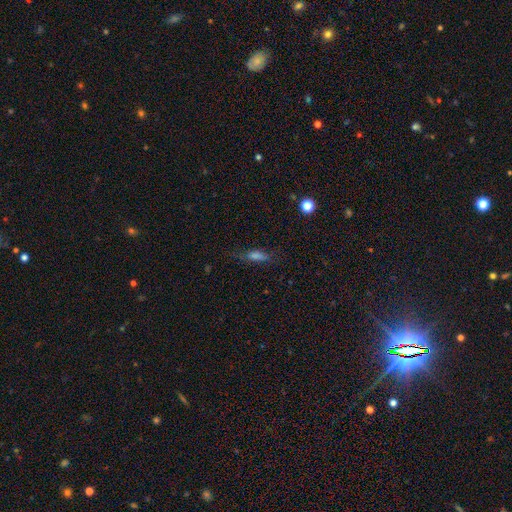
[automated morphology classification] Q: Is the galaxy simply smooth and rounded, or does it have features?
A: smooth — 59%.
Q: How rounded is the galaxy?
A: cigar-shaped — 59%.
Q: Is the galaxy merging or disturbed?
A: none — 69%.